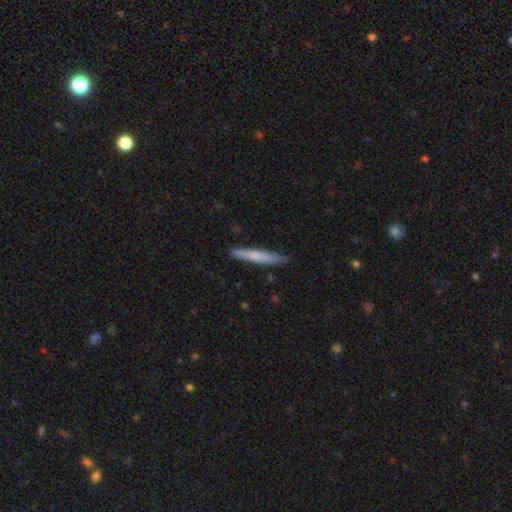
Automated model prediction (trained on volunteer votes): Morphology: type=smooth (68%); roundness=cigar-shaped (95%); merging=none (87%).